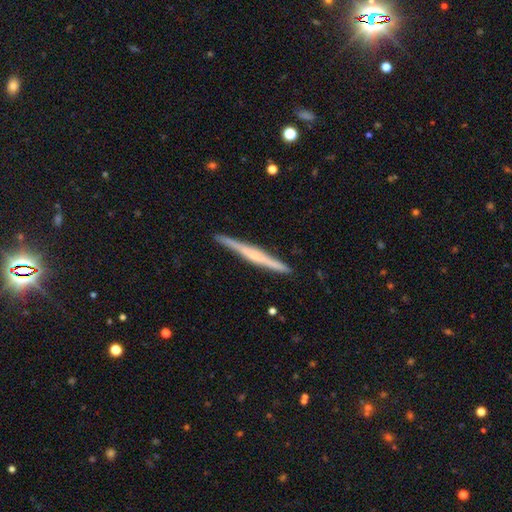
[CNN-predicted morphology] A featured or disk galaxy (70%) viewed edge-on (98%) with a rounded central bulge (57%).

Vote fractions:
- Smooth or featured? featured or disk: 70% / smooth: 25% / star or artifact: 6%
- Edge-on disk? yes: 98% / no: 2%
- Edge-on bulge? rounded: 57% / none: 32% / boxy: 11%
- Merging? none: 91% / minor disturbance: 7% / major disturbance: 1% / merger: 1%